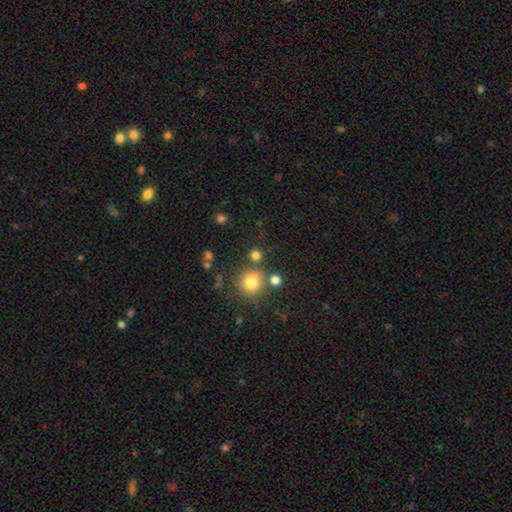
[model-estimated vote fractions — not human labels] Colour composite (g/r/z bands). It shows a smooth galaxy with no disk features (77%) that is round (89%). Merging: none (74%).